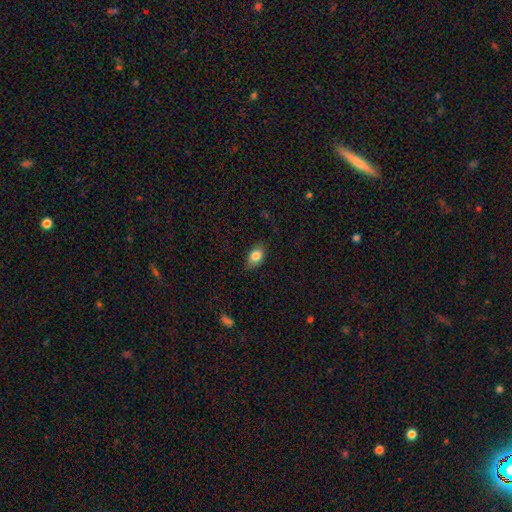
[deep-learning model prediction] Smooth or featured? smooth (83%)
How rounded? in between (83%)
Merging? none (82%)